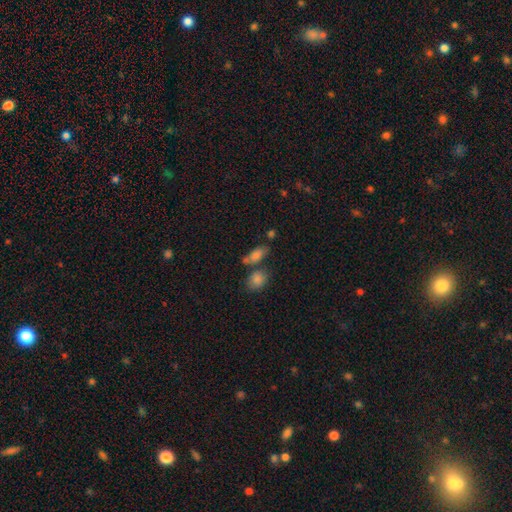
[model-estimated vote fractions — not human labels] Smooth or featured? Predicted: smooth (p=0.74). How rounded? Predicted: in between (p=0.77). Merging? Predicted: none (p=0.52).